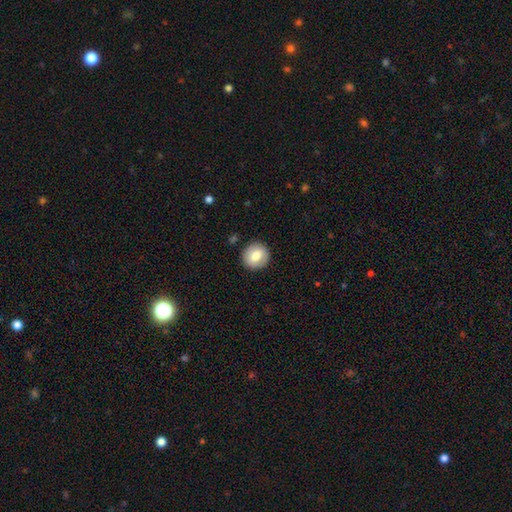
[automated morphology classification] smooth_or_featured: smooth (p=0.76) [alt: featured or disk p=0.17]
how_rounded: round (p=0.90) [alt: in between p=0.09]
merging: none (p=0.90) [alt: minor disturbance p=0.07]